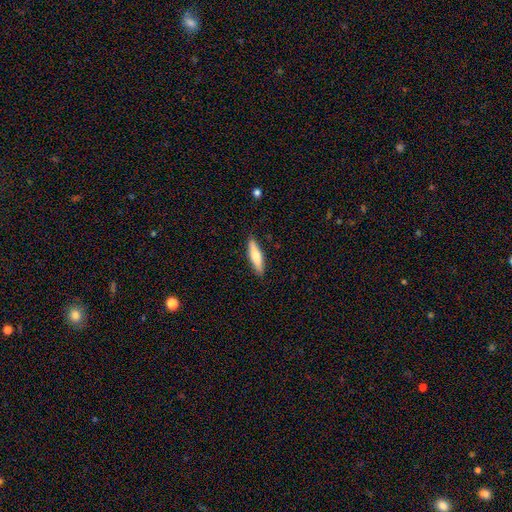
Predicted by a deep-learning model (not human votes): Smooth or featured?
  - smooth: 68% *
  - featured or disk: 27%
  - star or artifact: 5%
How rounded?
  - cigar-shaped: 75% *
  - in between: 23%
  - round: 2%
Merging?
  - none: 88% *
  - minor disturbance: 9%
  - major disturbance: 2%
  - merger: 1%